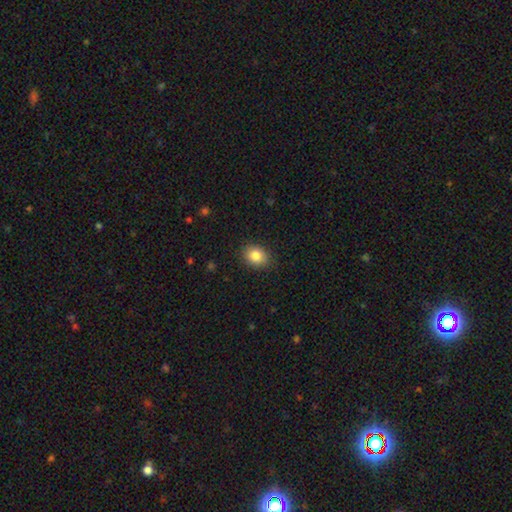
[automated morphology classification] Smooth or featured?
  - smooth: 84% *
  - star or artifact: 9%
  - featured or disk: 7%
How rounded?
  - in between: 56% *
  - round: 43%
  - cigar-shaped: 1%
Merging?
  - none: 88% *
  - minor disturbance: 9%
  - major disturbance: 2%
  - merger: 1%